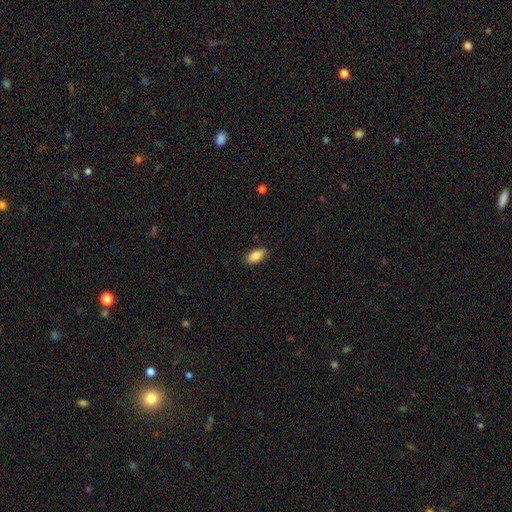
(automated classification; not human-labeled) A smooth galaxy with no disk features (87%) that is in between round and cigar-shaped (90%). Merging: none (87%).